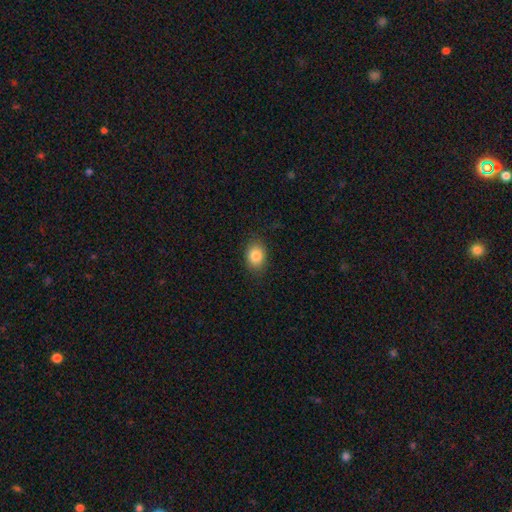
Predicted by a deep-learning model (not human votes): The model was most divided on "how rounded": in between: 62%, round: 37%, cigar-shaped: 1%. More confident: merging — none (85%); smooth or featured — smooth (84%).